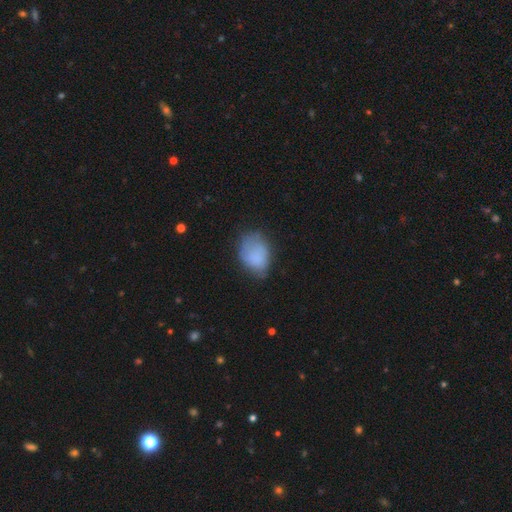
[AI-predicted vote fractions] Smooth or featured? Predicted: smooth (p=0.77). How rounded? Predicted: in between (p=0.76). Merging? Predicted: none (p=0.50).